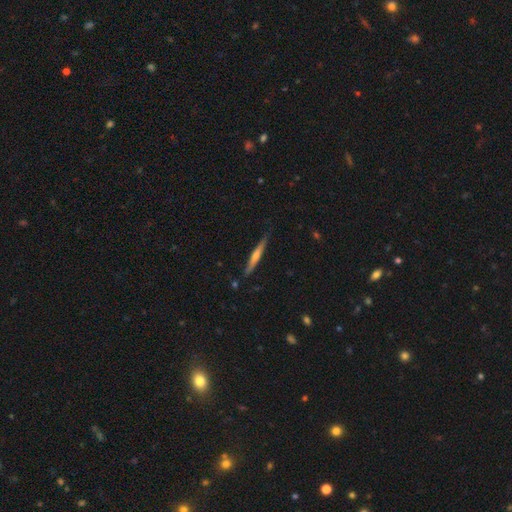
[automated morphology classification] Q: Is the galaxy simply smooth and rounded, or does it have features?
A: featured or disk — 56%.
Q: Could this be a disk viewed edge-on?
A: yes — 97%.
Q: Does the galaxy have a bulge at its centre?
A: rounded — 64%.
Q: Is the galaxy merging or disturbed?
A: none — 85%.